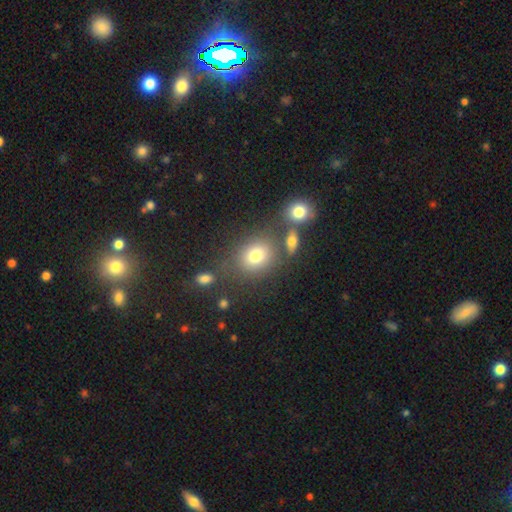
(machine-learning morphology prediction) This appears to be a smooth galaxy with no disk features (76%) that is round (61%). Merging: none (67%).